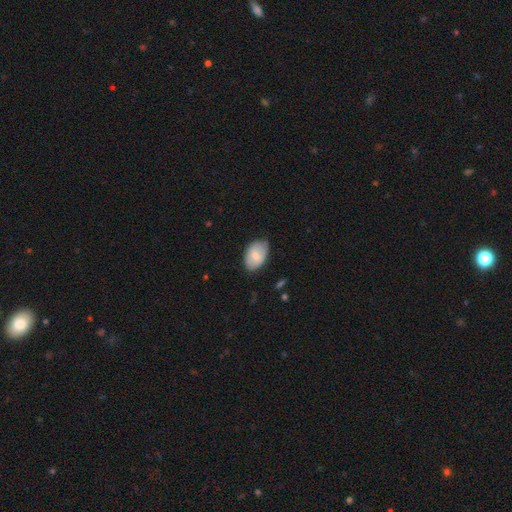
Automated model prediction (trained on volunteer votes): This appears to be a smooth galaxy with no disk features (69%) that is in between round and cigar-shaped (89%). Merging: none (73%).